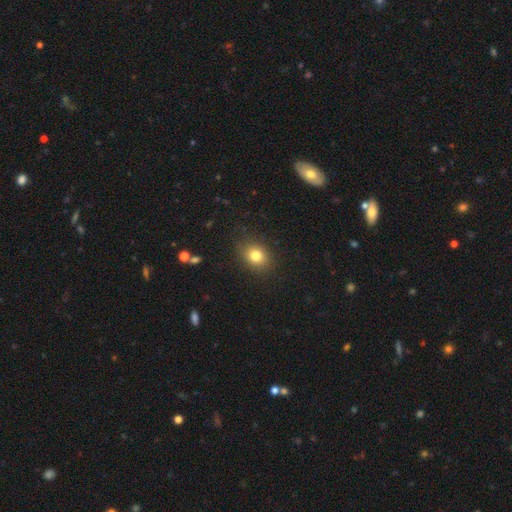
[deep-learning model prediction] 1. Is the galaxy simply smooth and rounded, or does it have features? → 81% smooth, 11% star or artifact, 8% featured or disk.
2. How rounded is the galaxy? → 50% round, 49% in between, 1% cigar-shaped.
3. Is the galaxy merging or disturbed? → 86% none, 10% minor disturbance, 3% major disturbance, 1% merger.